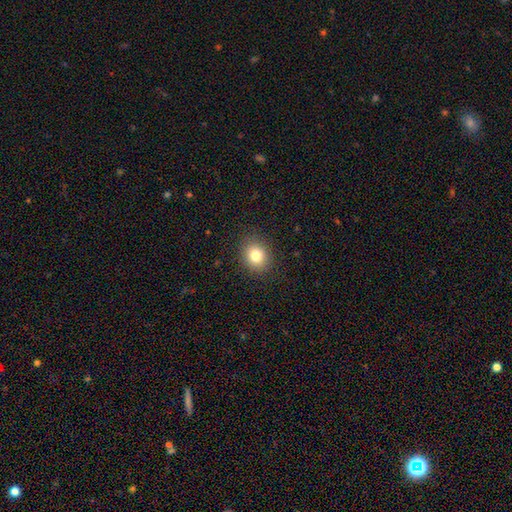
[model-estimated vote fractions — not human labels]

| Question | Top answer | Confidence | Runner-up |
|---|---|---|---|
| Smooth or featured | smooth | 81% | star or artifact (11%) |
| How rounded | round | 66% | in between (33%) |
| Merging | none | 89% | minor disturbance (8%) |